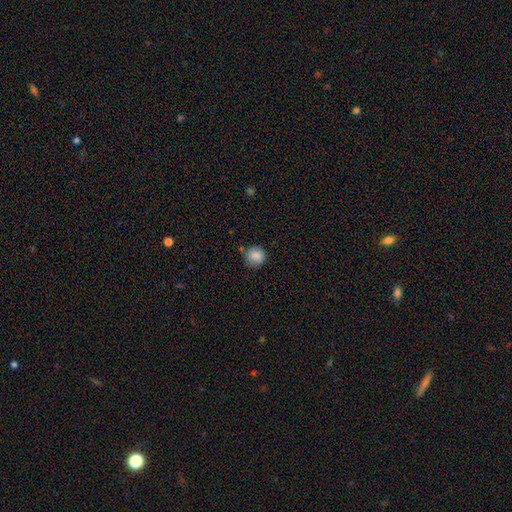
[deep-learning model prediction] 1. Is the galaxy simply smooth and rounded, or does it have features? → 86% smooth, 9% star or artifact, 5% featured or disk.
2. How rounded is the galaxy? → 92% round, 7% in between, 1% cigar-shaped.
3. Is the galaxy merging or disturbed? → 80% none, 14% minor disturbance, 3% merger, 3% major disturbance.